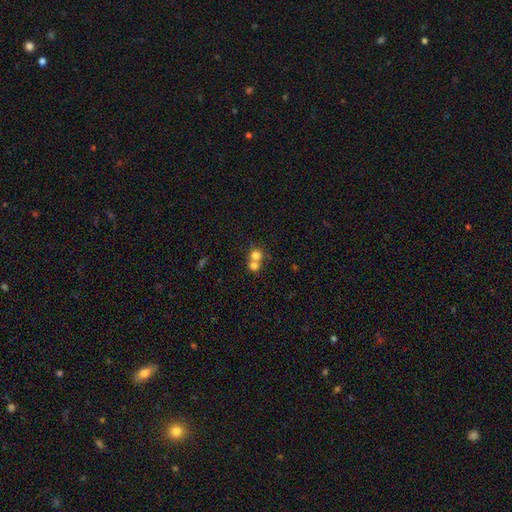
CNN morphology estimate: smooth_or_featured: smooth (p=0.74) [alt: featured or disk p=0.14]
how_rounded: round (p=0.85) [alt: in between p=0.14]
merging: merger (p=0.60) [alt: none p=0.33]